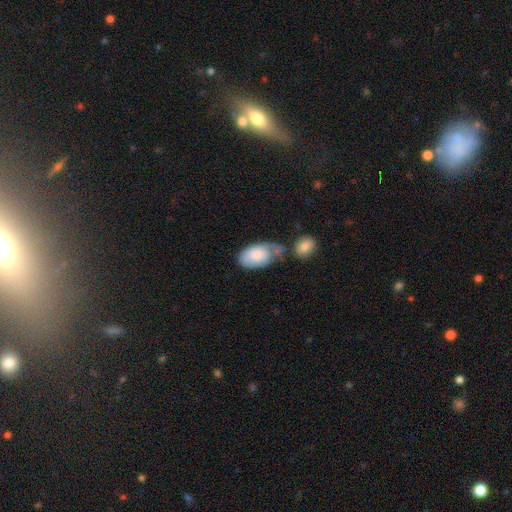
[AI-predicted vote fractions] This appears to be a smooth galaxy with no disk features (69%) that is in between round and cigar-shaped (93%). Merging: merger (33%).